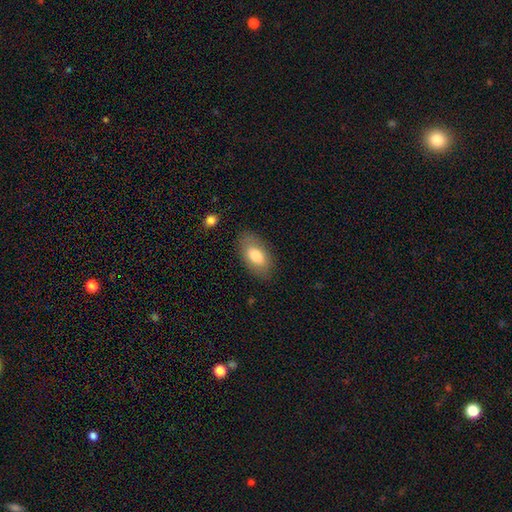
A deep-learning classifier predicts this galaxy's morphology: Smooth or featured? smooth (76%)
How rounded? in between (92%)
Merging? none (82%)